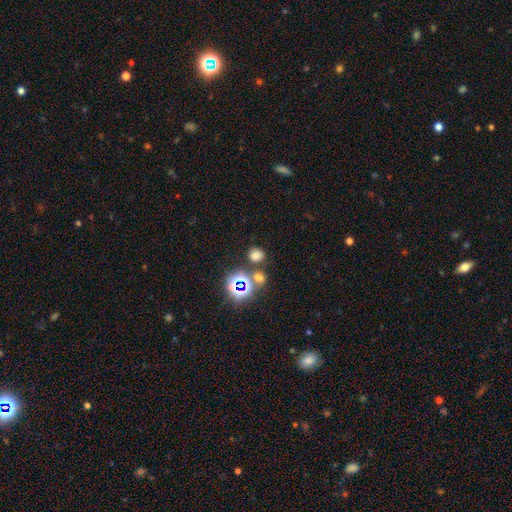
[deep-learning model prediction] smooth-or-featured: smooth: 64% | star or artifact: 30% | featured or disk: 6%
  how-rounded: round: 72% | in between: 27% | cigar-shaped: 1%
  merging: none: 74% | merger: 12% | minor disturbance: 10% | major disturbance: 4%